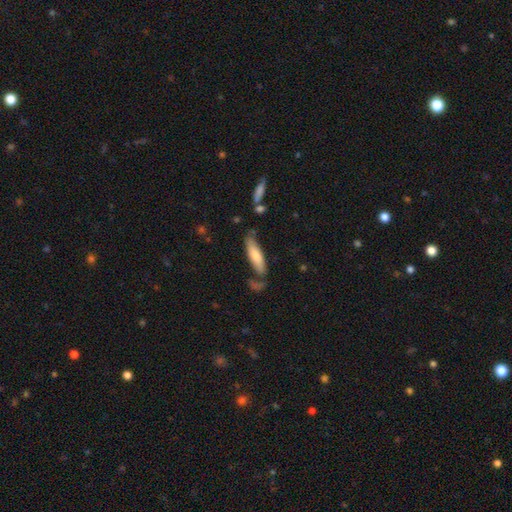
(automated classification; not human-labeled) A smooth galaxy with no disk features (72%) that is cigar-shaped (62%).

Vote fractions:
- Smooth or featured? smooth: 72% / featured or disk: 22% / star or artifact: 6%
- How rounded? cigar-shaped: 62% / in between: 36% / round: 2%
- Merging? none: 63% / minor disturbance: 21% / merger: 8% / major disturbance: 7%